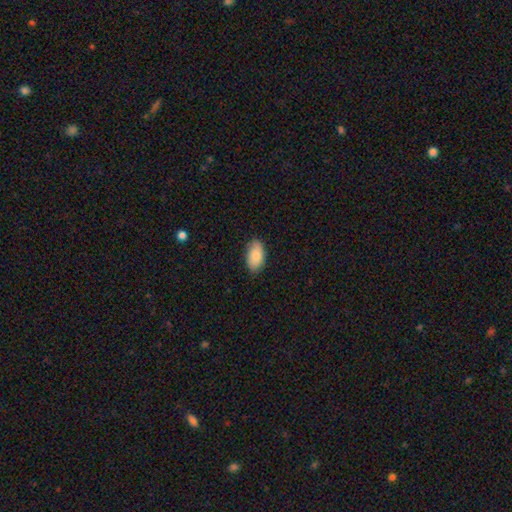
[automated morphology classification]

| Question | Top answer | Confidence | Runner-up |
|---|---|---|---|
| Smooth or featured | smooth | 84% | featured or disk (9%) |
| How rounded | in between | 94% | round (4%) |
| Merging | none | 84% | minor disturbance (12%) |